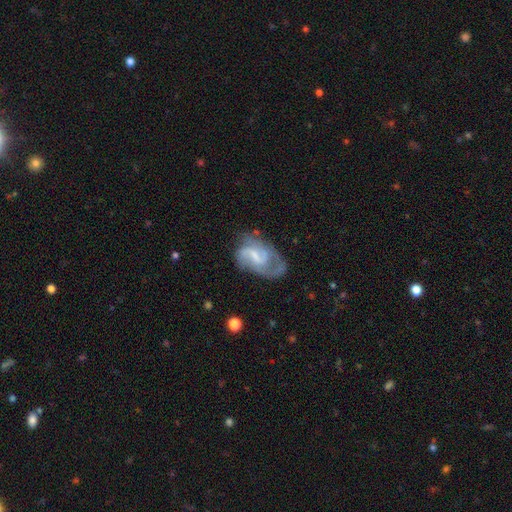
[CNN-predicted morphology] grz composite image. It shows a featured or disk galaxy (76%) with a weak bar (56%), 2 (50%) medium (48%) spiral arms (88%) and a small central bulge (44%). Merging: none (45%).